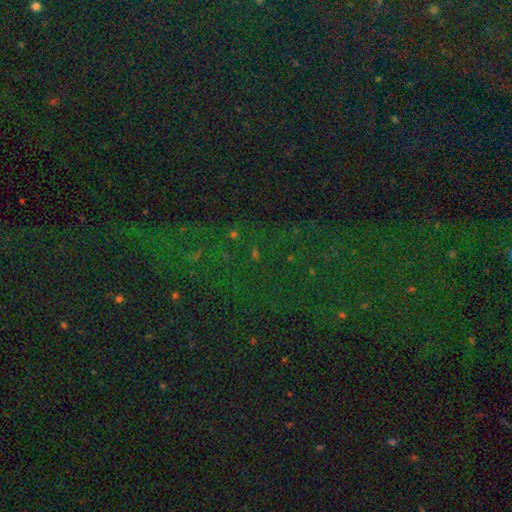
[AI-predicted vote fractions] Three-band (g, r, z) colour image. It shows a star or artifact, not a galaxy (82%).